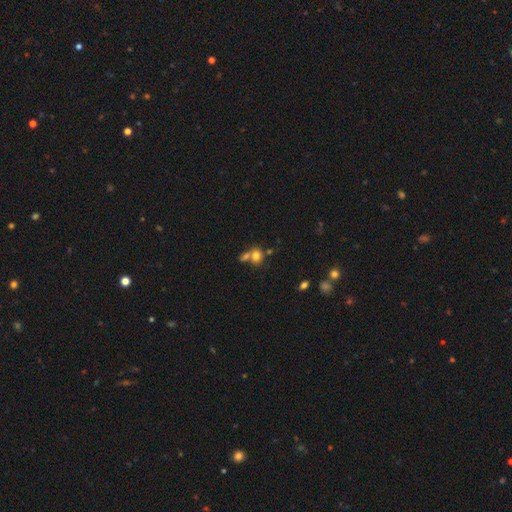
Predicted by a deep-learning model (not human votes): Smooth or featured? smooth (75%)
How rounded? round (64%)
Merging? merger (43%)